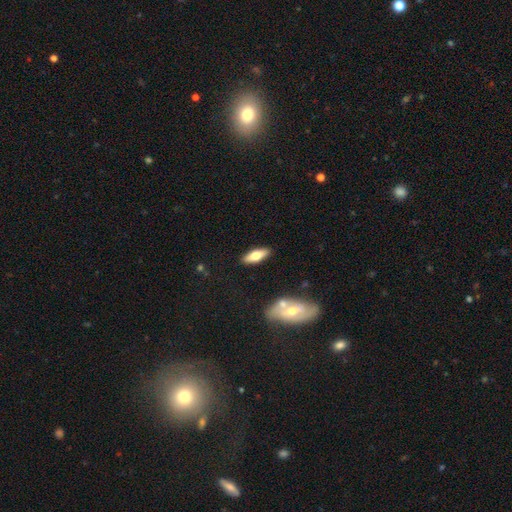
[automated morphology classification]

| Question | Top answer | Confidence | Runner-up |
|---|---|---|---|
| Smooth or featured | smooth | 61% | featured or disk (33%) |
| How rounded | in between | 60% | cigar-shaped (38%) |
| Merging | none | 87% | minor disturbance (8%) |